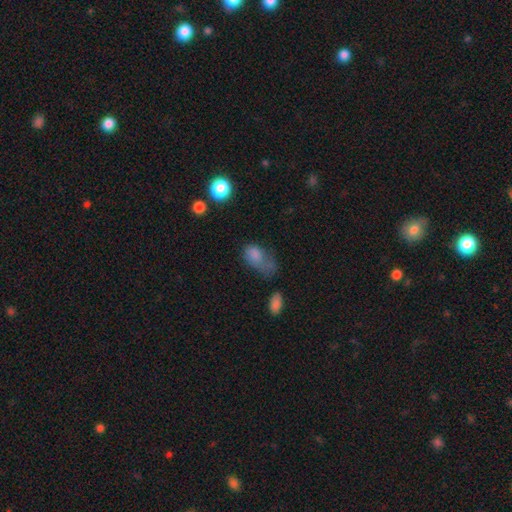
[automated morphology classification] The model was most divided on "merging": major disturbance: 42%, minor disturbance: 26%, none: 22%, merger: 10%. More confident: how rounded — in between (86%); smooth or featured — smooth (76%).